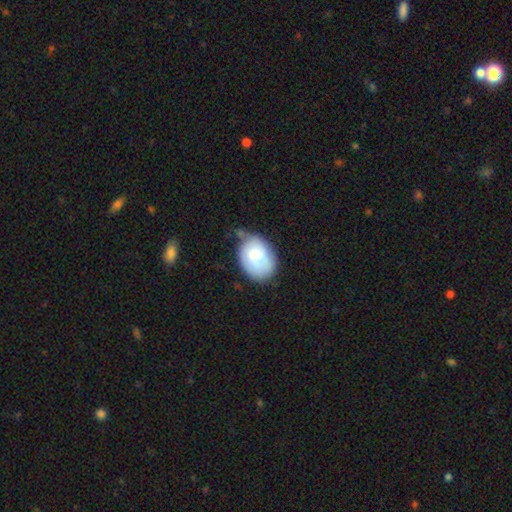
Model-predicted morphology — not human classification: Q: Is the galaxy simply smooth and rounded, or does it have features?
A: smooth — 76%.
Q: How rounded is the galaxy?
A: in between — 76%.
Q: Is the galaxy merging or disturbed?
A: none — 40%.